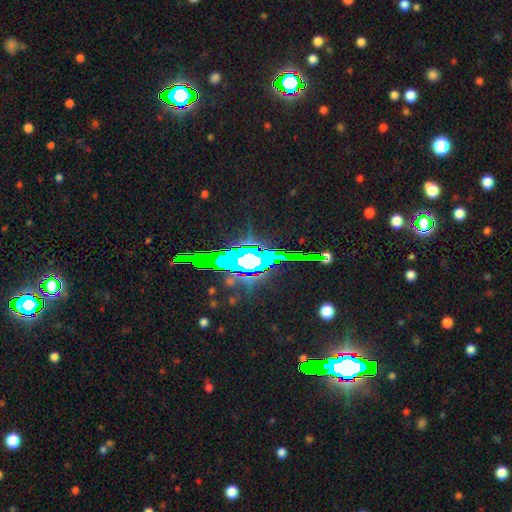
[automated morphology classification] star or artifact 62%, featured or disk 22%, smooth 16%.